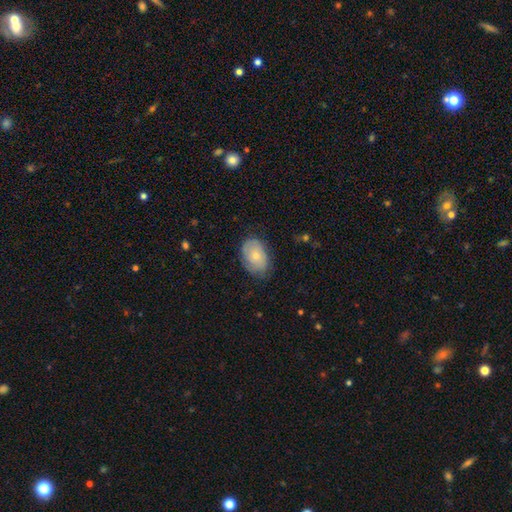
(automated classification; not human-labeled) smooth_or_featured: smooth (p=0.67) [alt: featured or disk p=0.27]
how_rounded: in between (p=0.84) [alt: round p=0.15]
merging: none (p=0.71) [alt: minor disturbance p=0.23]